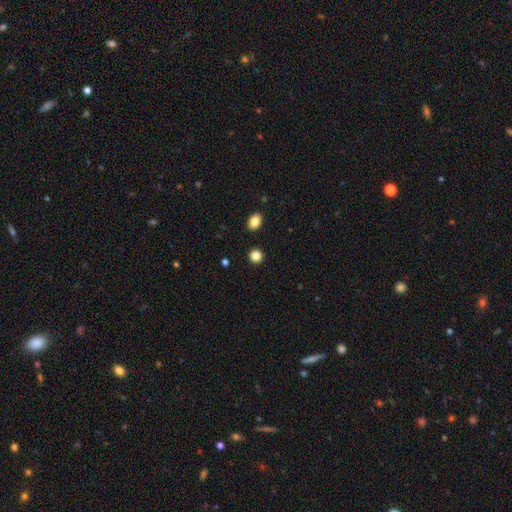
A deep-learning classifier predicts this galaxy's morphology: smooth 85%, star or artifact 11%, featured or disk 3%. Down the decision tree: how rounded — round (86%); merging — none (90%).